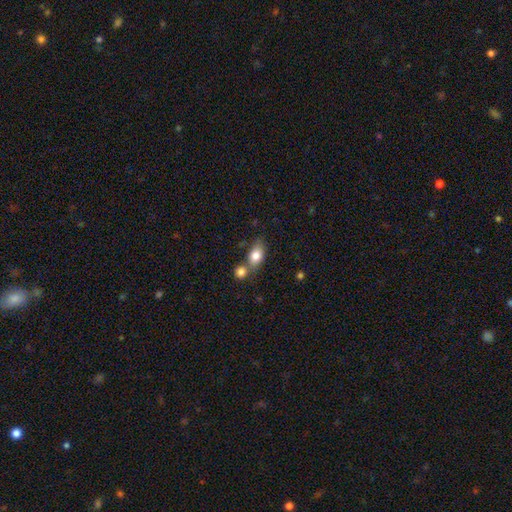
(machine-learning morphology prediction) smooth 80%, featured or disk 13%, star or artifact 8%. Down the decision tree: how rounded — in between (80%); merging — none (44%).